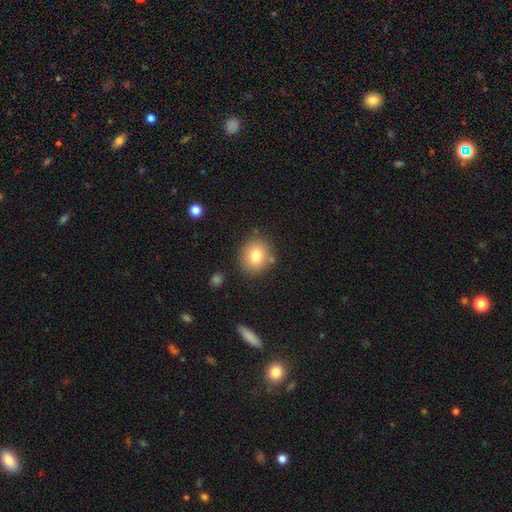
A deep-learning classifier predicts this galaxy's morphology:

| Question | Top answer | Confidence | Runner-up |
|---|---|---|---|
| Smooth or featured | smooth | 78% | featured or disk (11%) |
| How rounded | round | 79% | in between (20%) |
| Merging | none | 82% | minor disturbance (11%) |